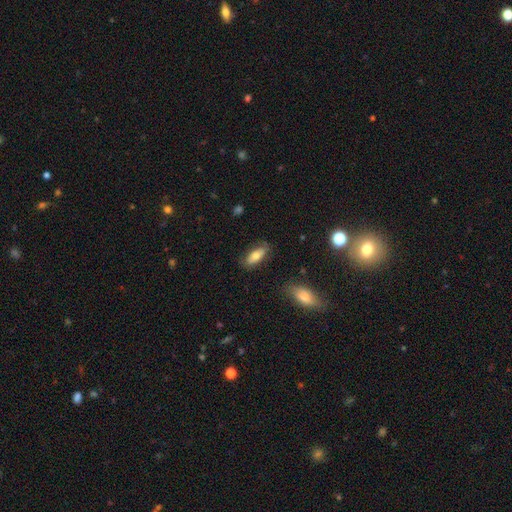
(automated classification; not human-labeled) Smooth or featured: smooth — 68% (featured or disk — 25%)
How rounded: in between — 78% (cigar-shaped — 19%)
Merging: none — 74% (minor disturbance — 19%)